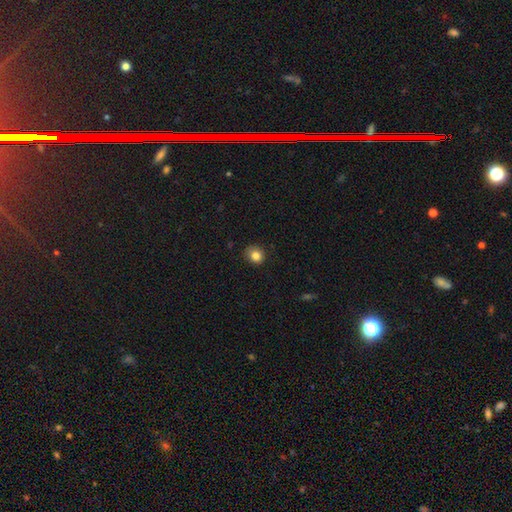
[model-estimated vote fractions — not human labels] smooth-or-featured: smooth: 83% | star or artifact: 11% | featured or disk: 6%
  how-rounded: round: 79% | in between: 20% | cigar-shaped: 1%
  merging: none: 82% | minor disturbance: 14% | major disturbance: 3% | merger: 1%